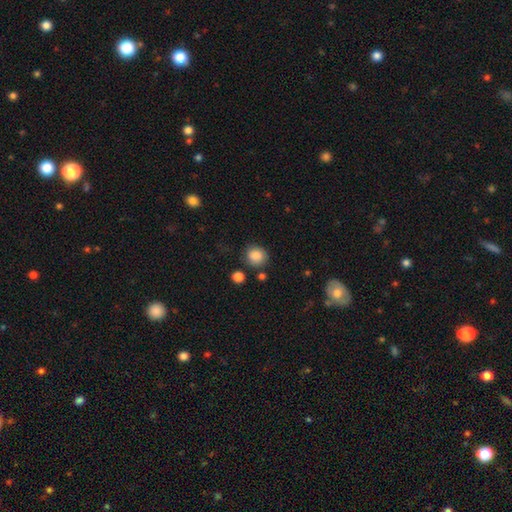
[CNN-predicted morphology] smooth_or_featured: smooth (p=0.86) [alt: star or artifact p=0.09]
how_rounded: round (p=0.81) [alt: in between p=0.18]
merging: none (p=0.79) [alt: minor disturbance p=0.13]